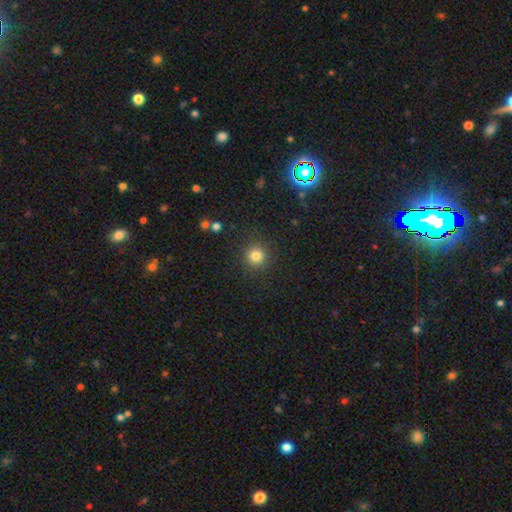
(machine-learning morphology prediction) Overall: smooth (82%). How rounded: round (94%). Merging: none (89%).